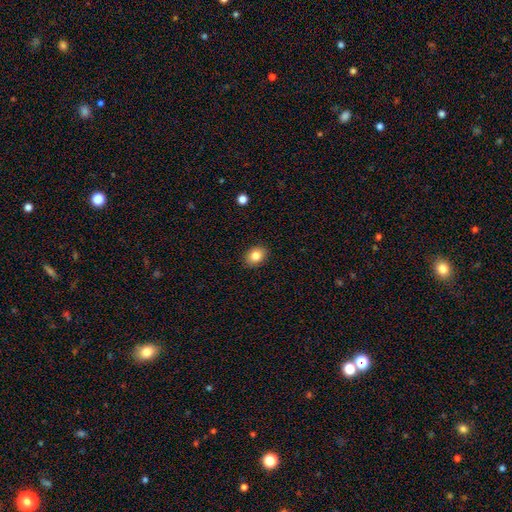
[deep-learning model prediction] smooth 84%, star or artifact 9%, featured or disk 7%. Down the decision tree: how rounded — in between (61%); merging — none (89%).